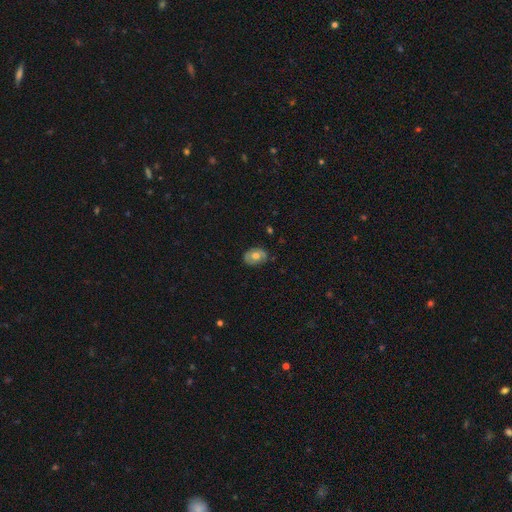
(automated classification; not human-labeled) smooth_or_featured: smooth (p=0.58) [alt: featured or disk p=0.34]
how_rounded: in between (p=0.73) [alt: round p=0.26]
merging: none (p=0.78) [alt: minor disturbance p=0.17]